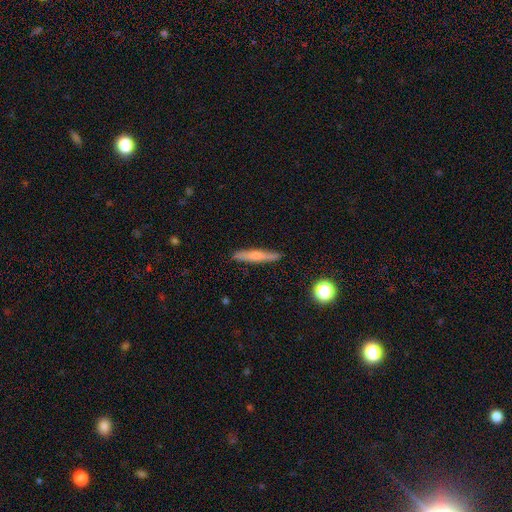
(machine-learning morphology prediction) Smooth or featured?
  - smooth: 56% *
  - featured or disk: 37%
  - star or artifact: 7%
How rounded?
  - cigar-shaped: 92% *
  - in between: 6%
  - round: 2%
Merging?
  - none: 88% *
  - minor disturbance: 9%
  - major disturbance: 2%
  - merger: 1%